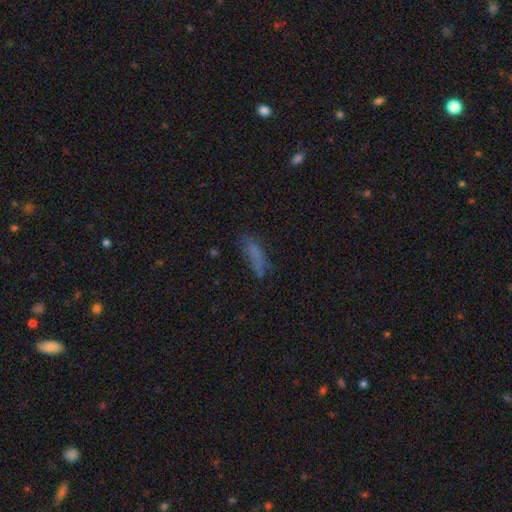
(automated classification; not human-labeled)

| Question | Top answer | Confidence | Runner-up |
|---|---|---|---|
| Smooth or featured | smooth | 71% | featured or disk (15%) |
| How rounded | cigar-shaped | 60% | in between (37%) |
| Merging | none | 62% | minor disturbance (24%) |